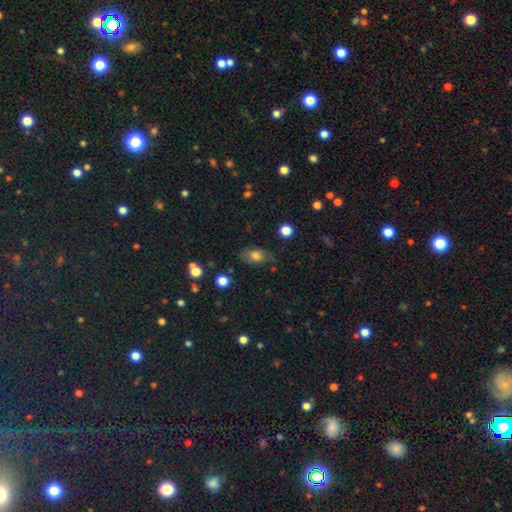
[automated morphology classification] The model was most divided on "merging": none: 66%, minor disturbance: 23%, major disturbance: 8%, merger: 3%. More confident: how rounded — in between (81%); smooth or featured — smooth (71%).